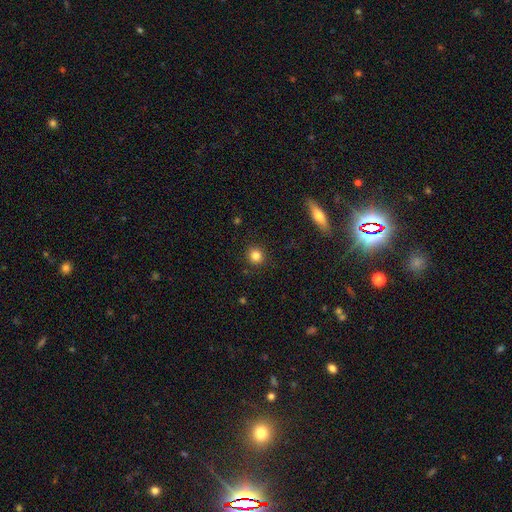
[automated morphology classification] smooth_or_featured: smooth (p=0.83) [alt: star or artifact p=0.12]
how_rounded: round (p=0.91) [alt: in between p=0.08]
merging: none (p=0.90) [alt: minor disturbance p=0.06]